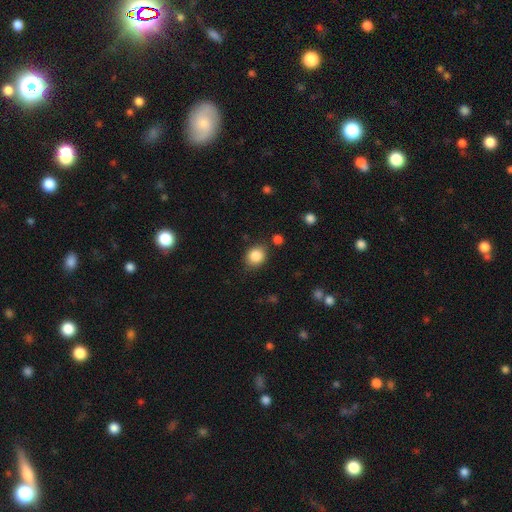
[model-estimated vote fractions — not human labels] Smooth or featured?
  - smooth: 86% *
  - star or artifact: 9%
  - featured or disk: 5%
How rounded?
  - round: 64% *
  - in between: 35%
  - cigar-shaped: 1%
Merging?
  - none: 81% *
  - minor disturbance: 12%
  - merger: 4%
  - major disturbance: 3%